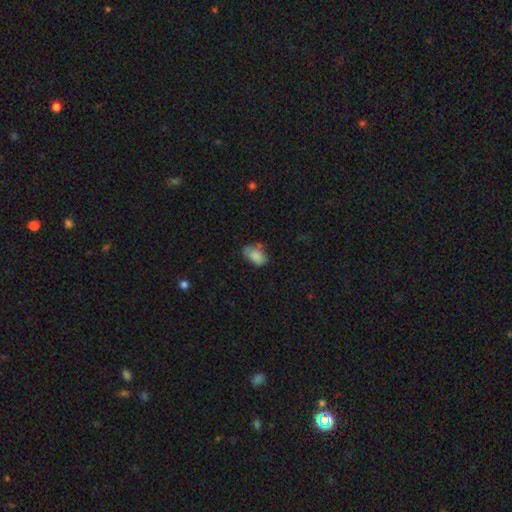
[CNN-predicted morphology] Overall: smooth (83%). How rounded: in between (91%). Merging: none (62%; minor disturbance 26%).